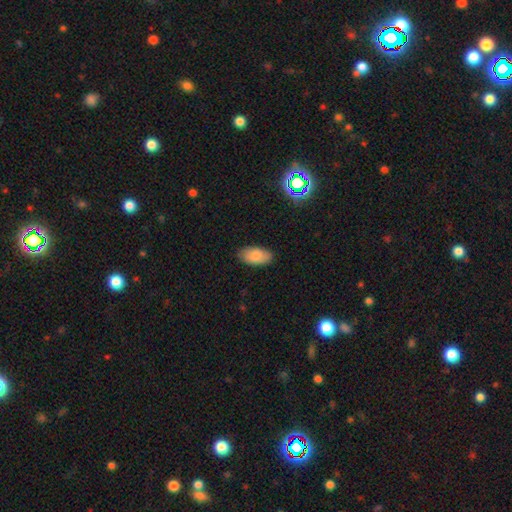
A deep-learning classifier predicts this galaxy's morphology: smooth_or_featured: smooth (p=0.83) [alt: featured or disk p=0.10]
how_rounded: in between (p=0.94) [alt: cigar-shaped p=0.03]
merging: none (p=0.86) [alt: minor disturbance p=0.11]